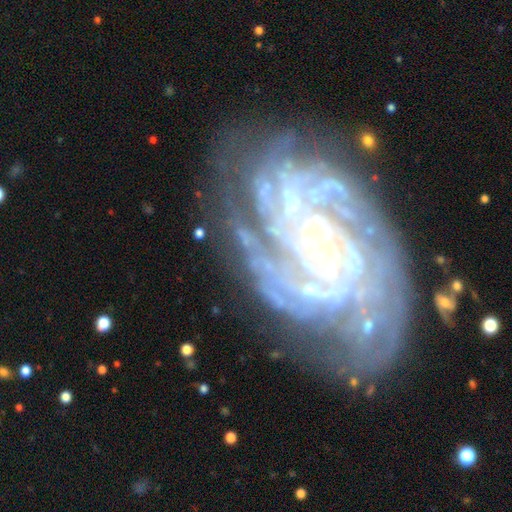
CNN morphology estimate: Smooth or featured? featured or disk (88%)
Edge-on disk? no (97%)
Bar? no (70%)
Spiral arms? yes (96%)
Spiral winding? tight (75%)
Spiral arm count? can't tell (25%)
Bulge size? small (81%)
Merging? none (53%)